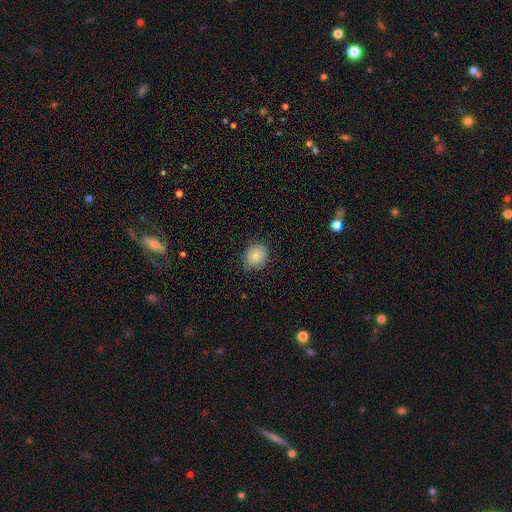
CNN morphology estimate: smooth-or-featured: smooth: 83% | featured or disk: 9% | star or artifact: 9%
  how-rounded: round: 69% | in between: 30% | cigar-shaped: 1%
  merging: none: 80% | minor disturbance: 16% | major disturbance: 3% | merger: 1%